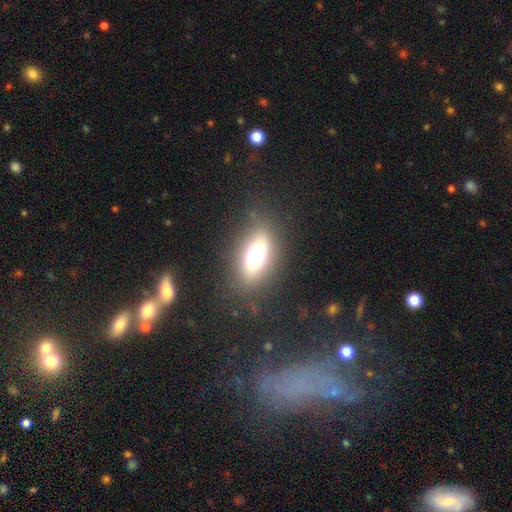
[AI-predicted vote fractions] Smooth or featured? Predicted: smooth (p=0.59). How rounded? Predicted: in between (p=0.79). Merging? Predicted: none (p=0.80).